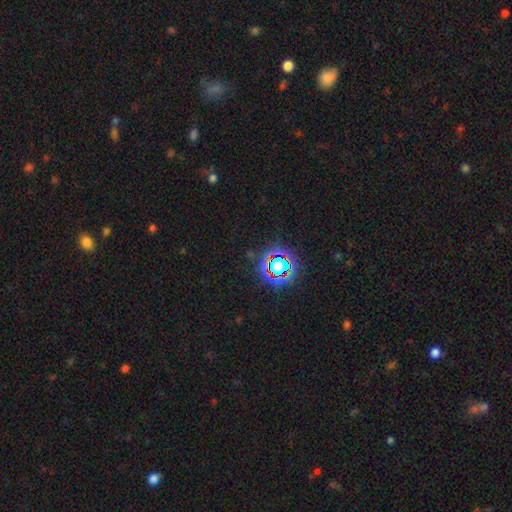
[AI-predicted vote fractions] Smooth or featured?
  - star or artifact: 77% *
  - smooth: 15%
  - featured or disk: 8%